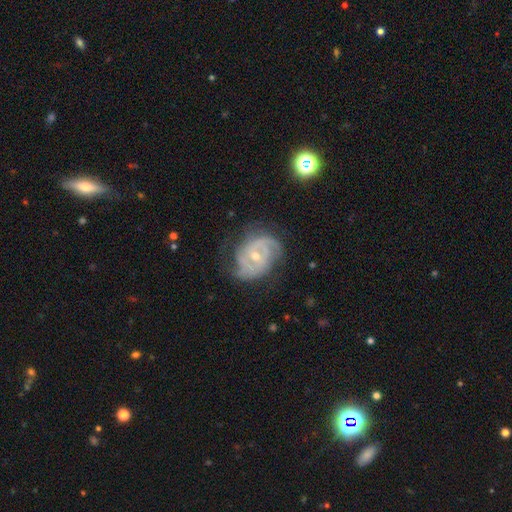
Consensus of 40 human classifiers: This is clearly a featured or disk galaxy (90%). It is clearly not viewed edge-on (97%). Bar: likely no (60%). Spiral arm pattern: clearly yes (97%). Spiral arm count: likely 2 (68%). Spiral winding: possibly tight (56%). Central bulge: likely moderate (63%). Merging: likely none (73%).